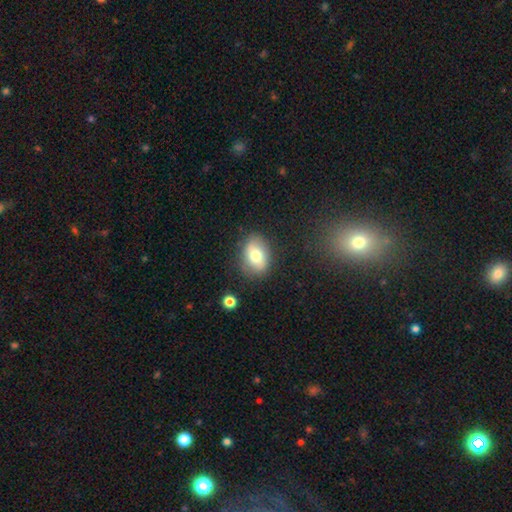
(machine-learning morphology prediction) Smooth or featured? smooth (70%)
How rounded? in between (78%)
Merging? none (78%)